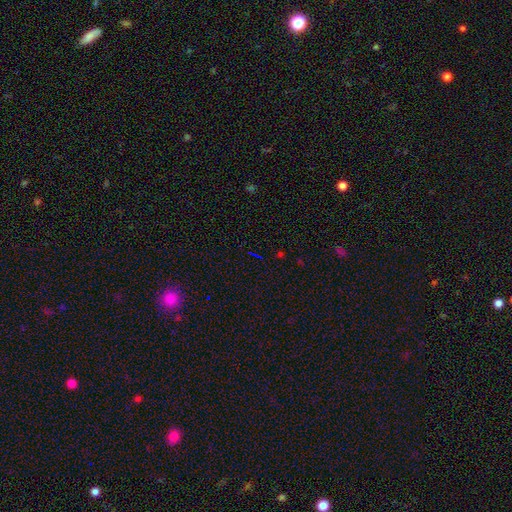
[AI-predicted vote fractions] Q: Smooth or featured?
A: star or artifact (74%); runner-up: smooth (15%)